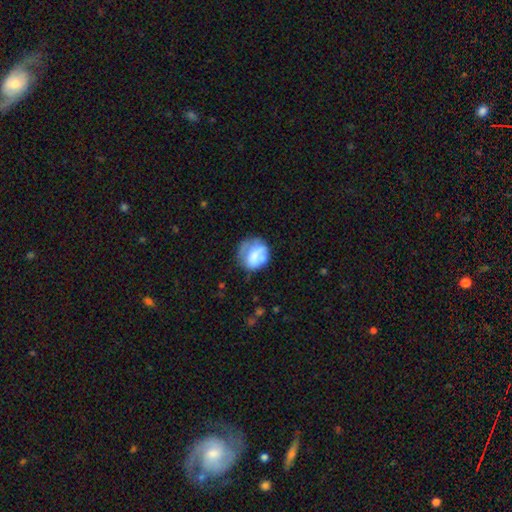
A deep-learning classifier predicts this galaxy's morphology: type=smooth (61%); roundness=round (66%); merging=none (44%).